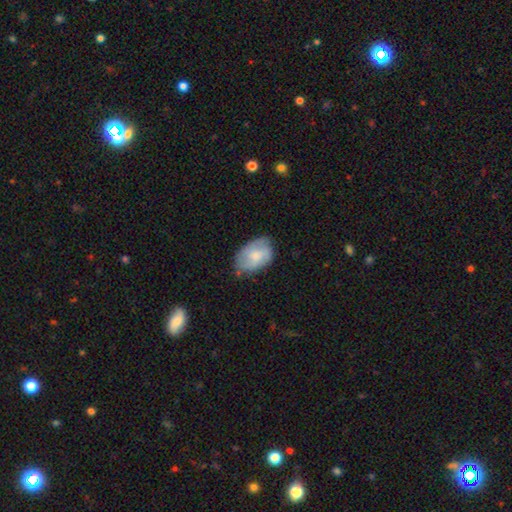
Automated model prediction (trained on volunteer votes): smooth-or-featured: smooth: 61% | featured or disk: 32% | star or artifact: 6%
  how-rounded: in between: 87% | round: 11% | cigar-shaped: 1%
  merging: none: 59% | minor disturbance: 31% | major disturbance: 8% | merger: 2%